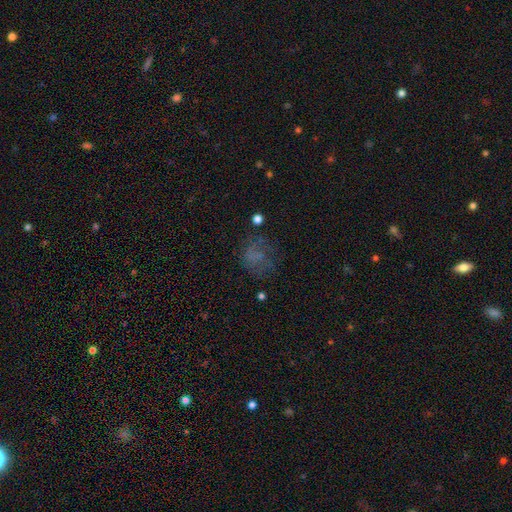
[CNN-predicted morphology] Overall: smooth (48%; featured or disk 29%). Merging: none (52%; major disturbance 25%).